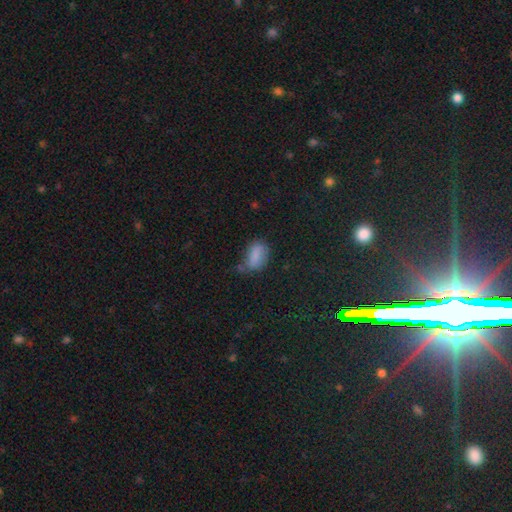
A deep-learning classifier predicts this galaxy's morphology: Smooth or featured? Predicted: smooth (p=0.77). How rounded? Predicted: in between (p=0.87). Merging? Predicted: none (p=0.48).